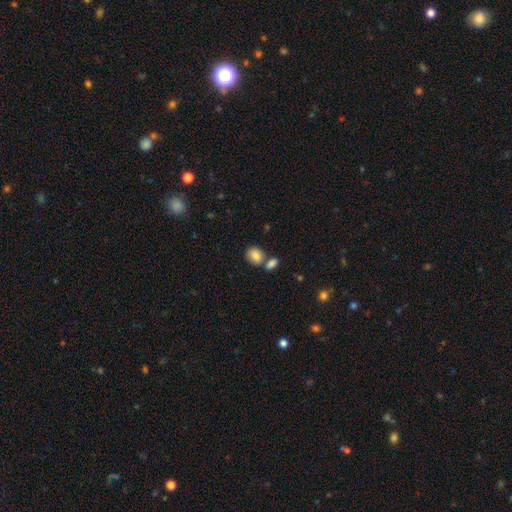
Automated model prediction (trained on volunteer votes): Smooth or featured: smooth — 85% (star or artifact — 8%)
How rounded: in between — 57% (round — 42%)
Merging: none — 58% (merger — 29%)